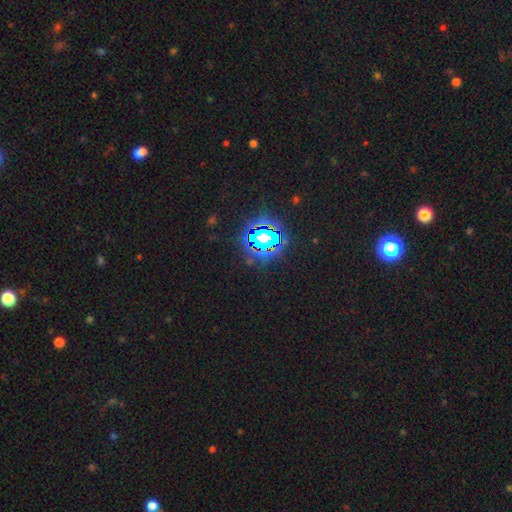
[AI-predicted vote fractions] Smooth or featured? star or artifact (84%)